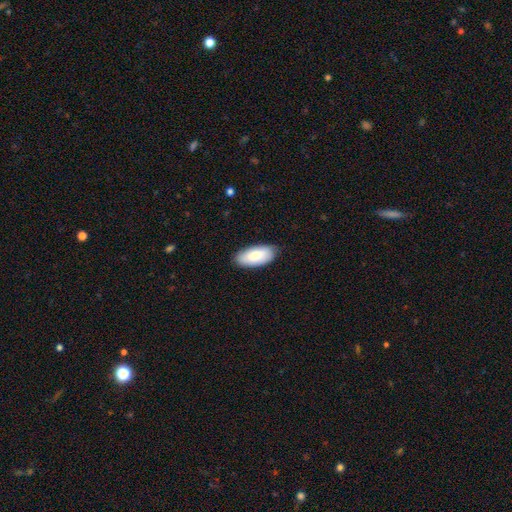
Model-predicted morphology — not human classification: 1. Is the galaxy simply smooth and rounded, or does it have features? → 83% smooth, 11% featured or disk, 6% star or artifact.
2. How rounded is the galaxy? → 93% in between, 5% cigar-shaped, 2% round.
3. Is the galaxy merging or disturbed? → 85% none, 12% minor disturbance, 2% major disturbance, 1% merger.